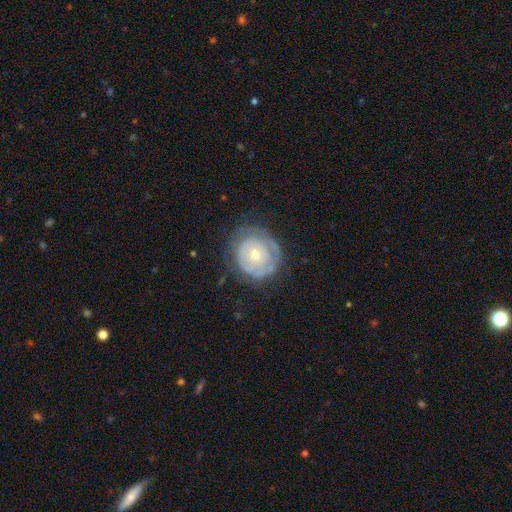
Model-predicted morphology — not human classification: This appears to be a featured or disk galaxy (75%) with no bar (81%), tight (81%) spiral arms (84%) and a small central bulge (54%). Merging: none (78%).